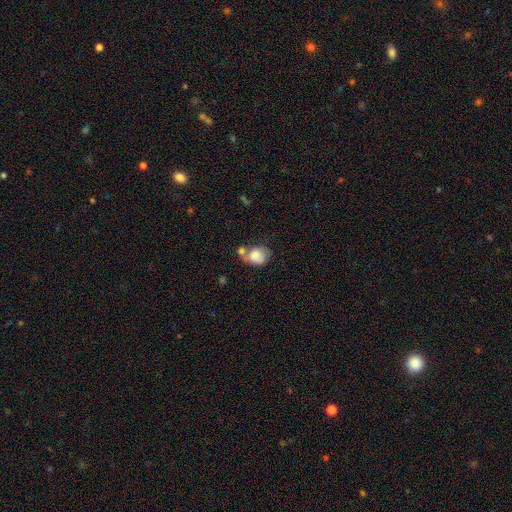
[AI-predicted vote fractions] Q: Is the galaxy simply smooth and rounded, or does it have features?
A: smooth — 78%.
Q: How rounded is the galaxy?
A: round — 52%.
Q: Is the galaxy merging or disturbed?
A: merger — 37%.